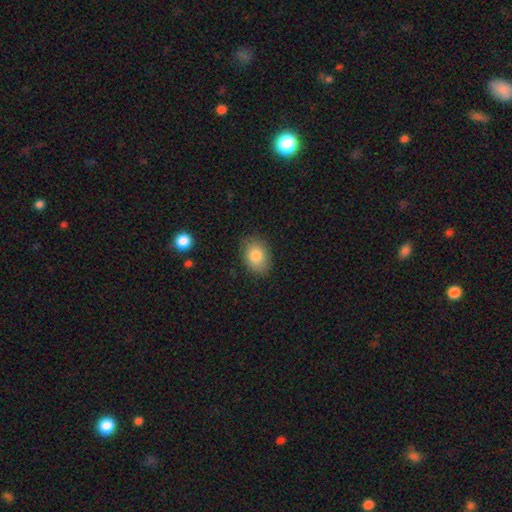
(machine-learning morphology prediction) smooth 83%, featured or disk 9%, star or artifact 8%. Down the decision tree: how rounded — in between (75%); merging — none (83%).